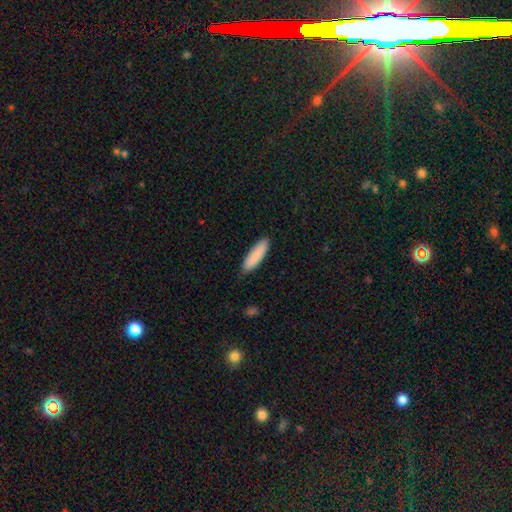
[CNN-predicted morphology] Smooth or featured?
  - smooth: 88% *
  - featured or disk: 6%
  - star or artifact: 6%
How rounded?
  - cigar-shaped: 63% *
  - in between: 35%
  - round: 1%
Merging?
  - none: 85% *
  - minor disturbance: 12%
  - major disturbance: 2%
  - merger: 1%